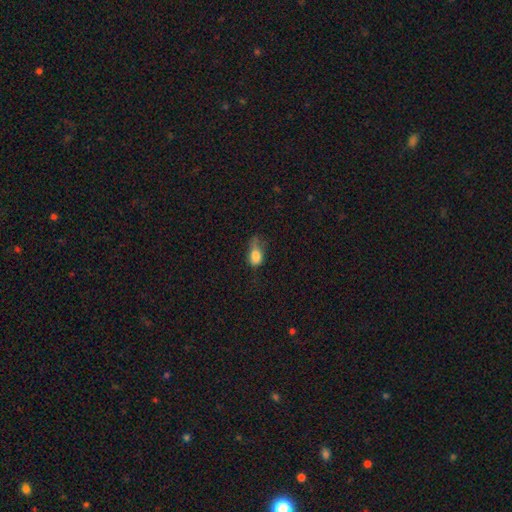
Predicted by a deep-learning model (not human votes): smooth_or_featured: smooth (p=0.78) [alt: featured or disk p=0.13]
how_rounded: in between (p=0.84) [alt: round p=0.12]
merging: major disturbance (p=0.38) [alt: minor disturbance p=0.36]